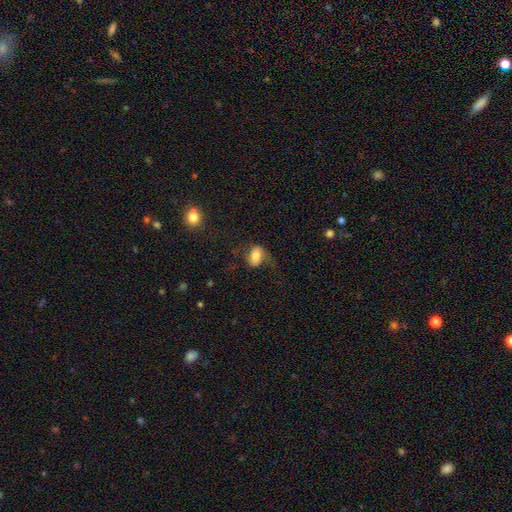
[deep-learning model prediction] smooth_or_featured: smooth (p=0.66) [alt: featured or disk p=0.25]
how_rounded: in between (p=0.86) [alt: round p=0.12]
merging: none (p=0.47) [alt: major disturbance p=0.26]